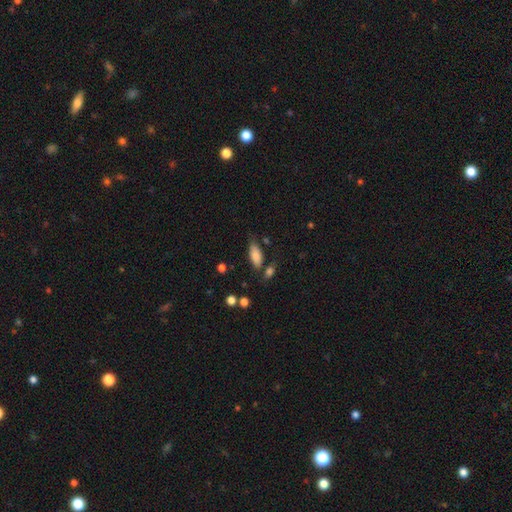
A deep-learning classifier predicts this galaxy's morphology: Smooth or featured: smooth — 84% (featured or disk — 8%)
How rounded: in between — 84% (cigar-shaped — 14%)
Merging: none — 65% (minor disturbance — 21%)